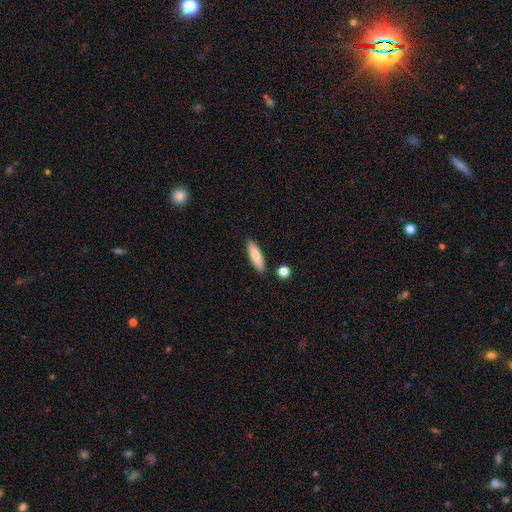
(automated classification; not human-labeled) Morphology: type=smooth (79%); roundness=cigar-shaped (64%); merging=none (87%).